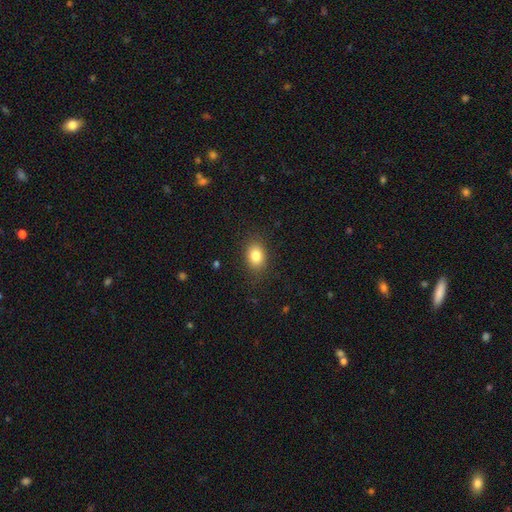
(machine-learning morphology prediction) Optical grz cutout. It shows a smooth galaxy with no disk features (83%) that is in between round and cigar-shaped (69%). Merging: none (85%).